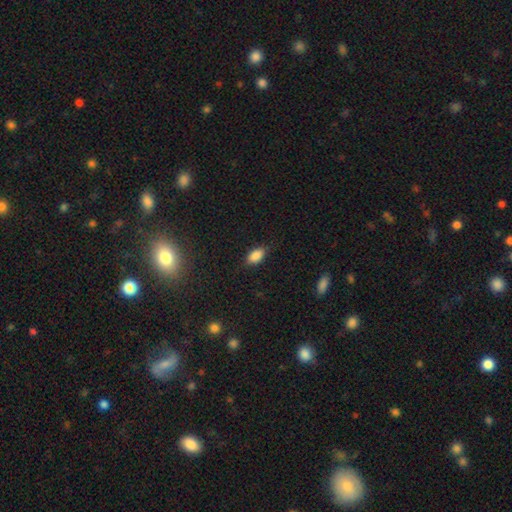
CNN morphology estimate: The model was most divided on "merging": none: 81%, minor disturbance: 14%, major disturbance: 3%, merger: 1%. More confident: how rounded — in between (91%); smooth or featured — smooth (87%).